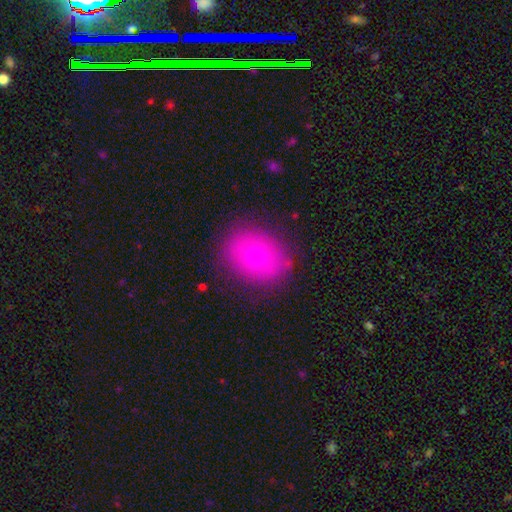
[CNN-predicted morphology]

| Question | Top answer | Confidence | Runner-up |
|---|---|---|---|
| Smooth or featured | smooth | 67% | featured or disk (22%) |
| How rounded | round | 54% | in between (45%) |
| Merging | none | 81% | minor disturbance (13%) |